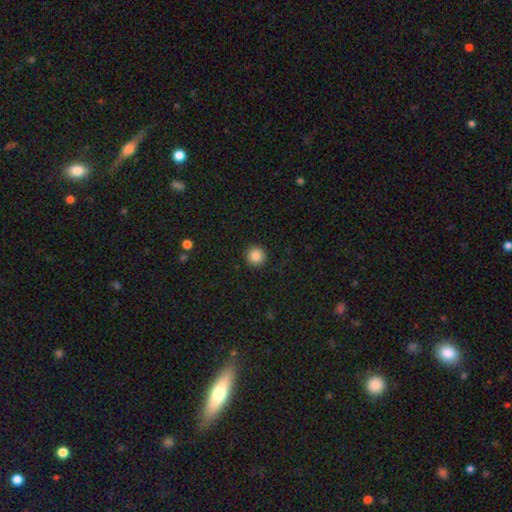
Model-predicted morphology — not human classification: Smooth or featured: smooth — 87% (star or artifact — 10%)
How rounded: round — 95% (in between — 4%)
Merging: none — 92% (minor disturbance — 5%)